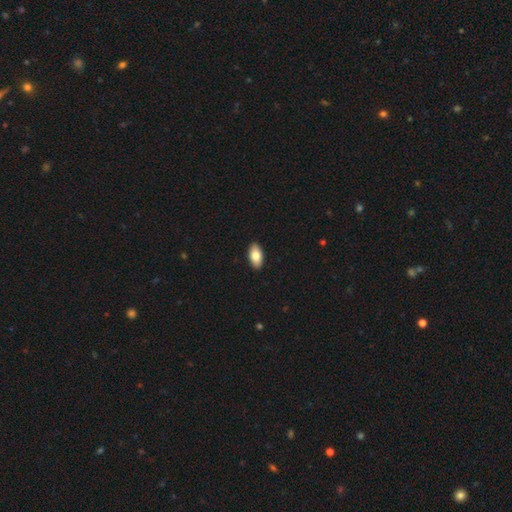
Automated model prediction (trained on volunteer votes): smooth_or_featured: smooth (p=0.80) [alt: featured or disk p=0.13]
how_rounded: in between (p=0.93) [alt: cigar-shaped p=0.04]
merging: none (p=0.91) [alt: minor disturbance p=0.06]